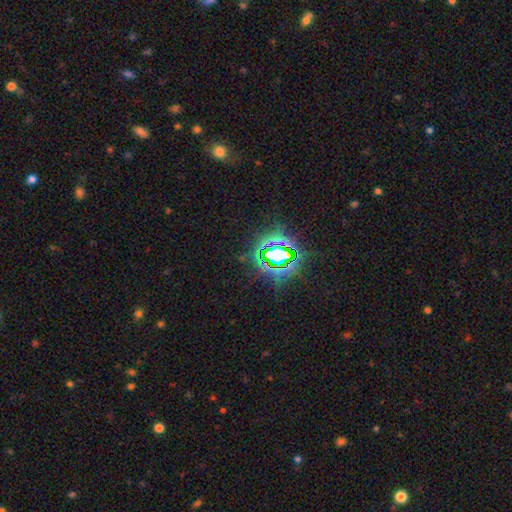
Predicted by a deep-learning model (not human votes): This appears to be a star or artifact, not a galaxy (80%).